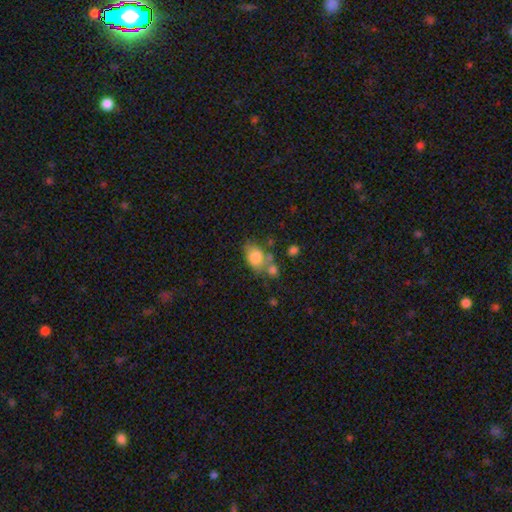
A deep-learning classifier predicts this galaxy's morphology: The model was most divided on "merging": none: 43%, merger: 28%, minor disturbance: 20%, major disturbance: 9%. More confident: how rounded — in between (79%); smooth or featured — smooth (76%).